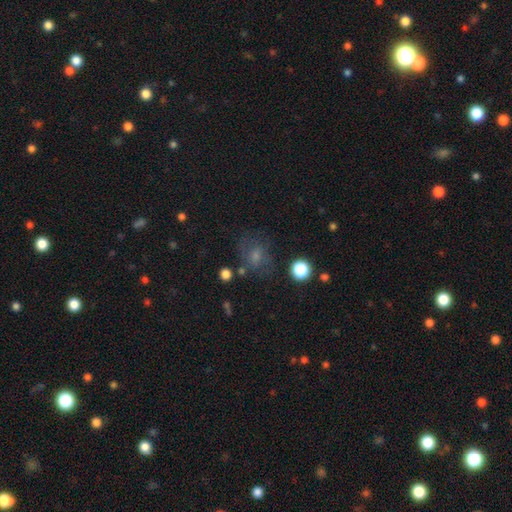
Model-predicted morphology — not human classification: Smooth or featured: smooth — 56% (featured or disk — 25%)
How rounded: round — 52% (in between — 47%)
Merging: none — 58% (minor disturbance — 21%)